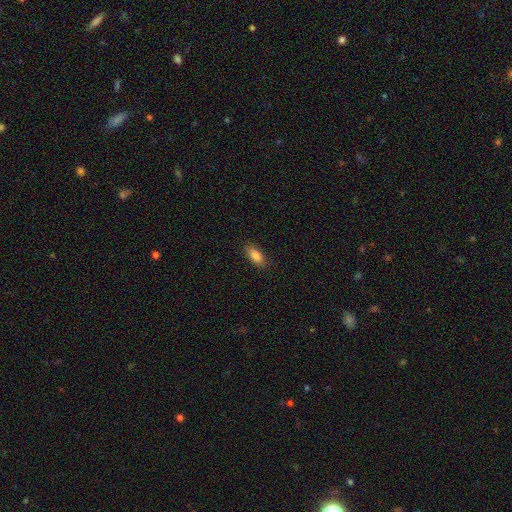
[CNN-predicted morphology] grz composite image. It shows a smooth galaxy with no disk features (85%) that is in between round and cigar-shaped (86%). Merging: none (85%).